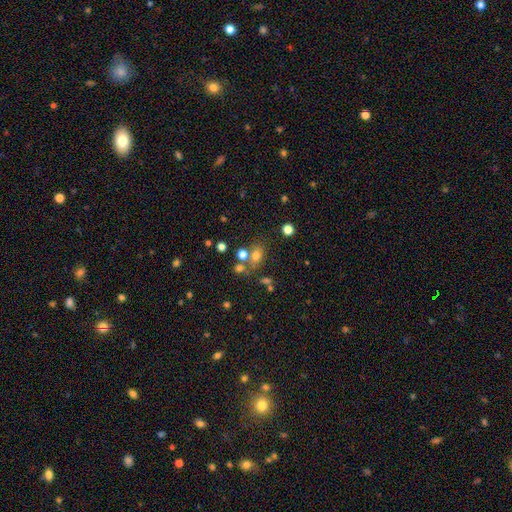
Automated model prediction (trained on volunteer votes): Smooth or featured: smooth — 66% (star or artifact — 22%)
How rounded: in between — 62% (round — 35%)
Merging: none — 57% (merger — 23%)